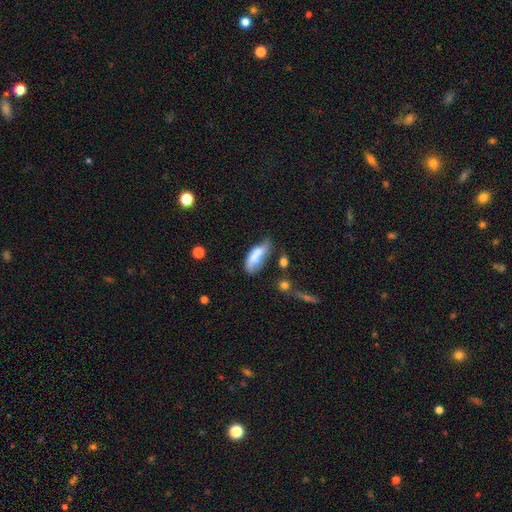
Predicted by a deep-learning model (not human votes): Q: Smooth or featured?
A: smooth (68%); runner-up: featured or disk (24%)
Q: How rounded?
A: in between (75%); runner-up: cigar-shaped (23%)
Q: Merging?
A: minor disturbance (33%); runner-up: none (29%)